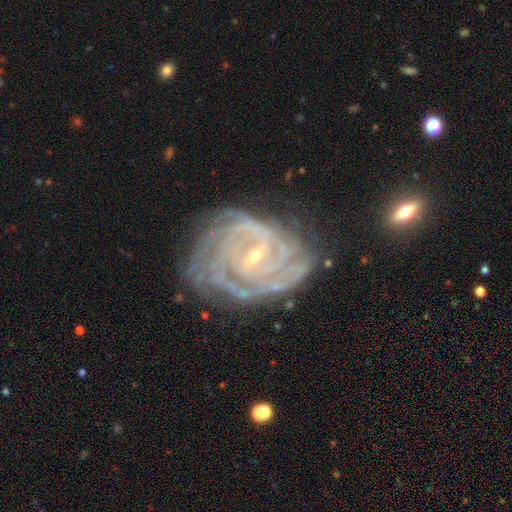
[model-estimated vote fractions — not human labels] Smooth or featured? featured or disk (90%)
Edge-on disk? no (97%)
Bar? weak (47%)
Spiral arms? yes (97%)
Spiral winding? tight (76%)
Spiral arm count? can't tell (24%)
Bulge size? small (78%)
Merging? none (66%)